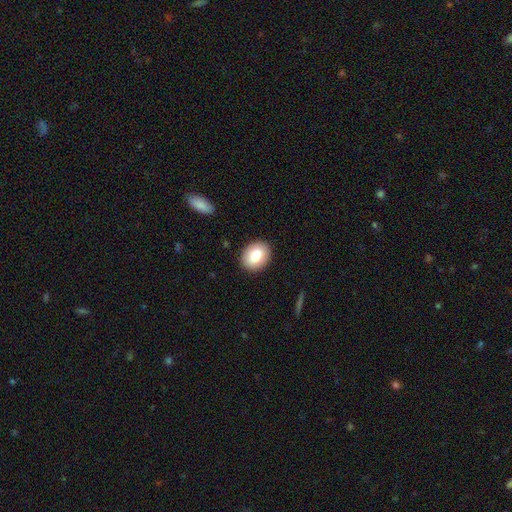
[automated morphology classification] Smooth or featured: smooth — 82% (featured or disk — 10%)
How rounded: in between — 60% (round — 39%)
Merging: none — 90% (minor disturbance — 7%)